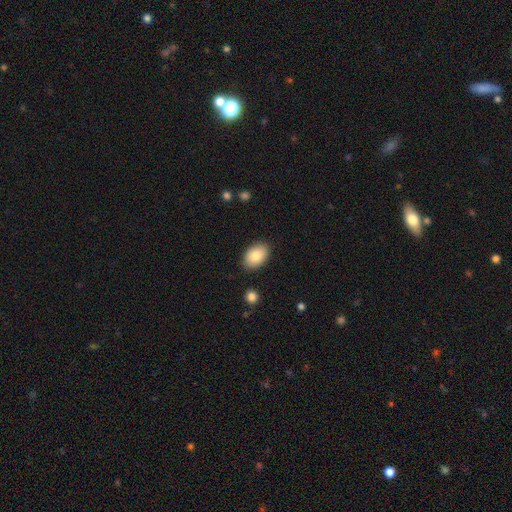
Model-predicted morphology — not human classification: A smooth galaxy with no disk features (85%) that is in between round and cigar-shaped (89%). Merging: none (86%).